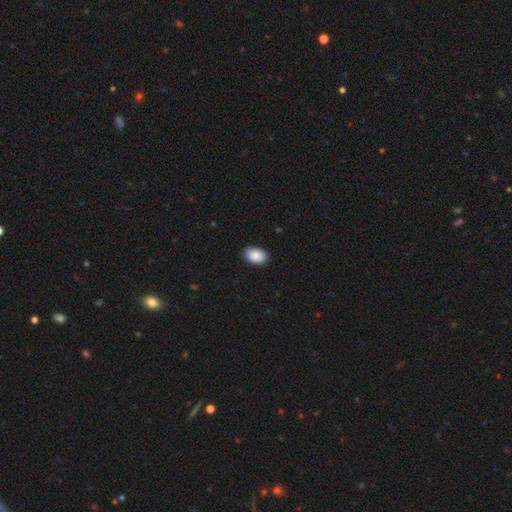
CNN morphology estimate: smooth-or-featured: smooth: 90% | star or artifact: 6% | featured or disk: 4%
  how-rounded: in between: 88% | round: 11% | cigar-shaped: 1%
  merging: none: 89% | minor disturbance: 9% | major disturbance: 2% | merger: 1%